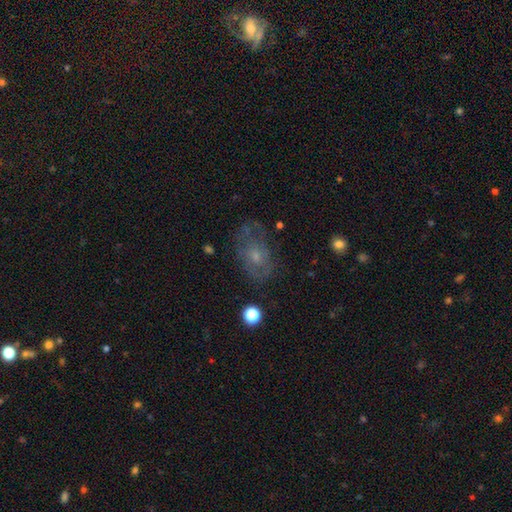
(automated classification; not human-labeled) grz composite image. It shows a featured or disk galaxy (49%). Merging: none (60%).